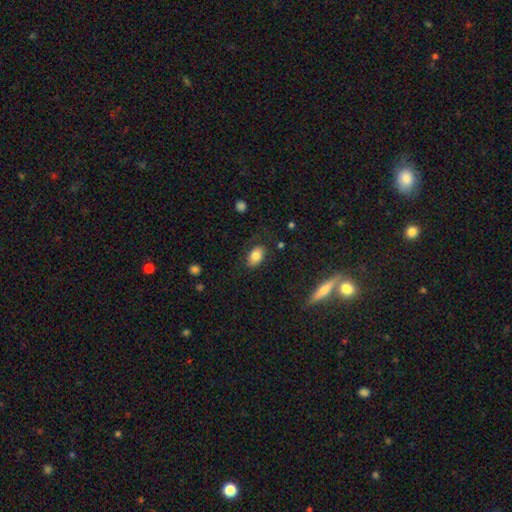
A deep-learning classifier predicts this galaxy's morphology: A smooth galaxy with no disk features (80%) that is in between round and cigar-shaped (89%). Merging: none (80%).